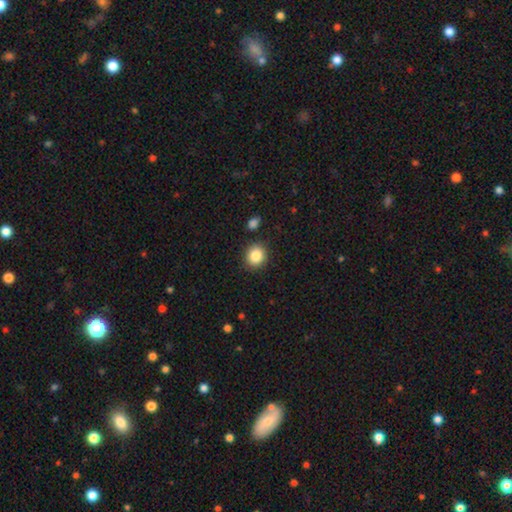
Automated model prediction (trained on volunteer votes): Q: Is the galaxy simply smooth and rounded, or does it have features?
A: smooth — 86%.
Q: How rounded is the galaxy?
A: round — 78%.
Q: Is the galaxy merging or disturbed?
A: none — 87%.